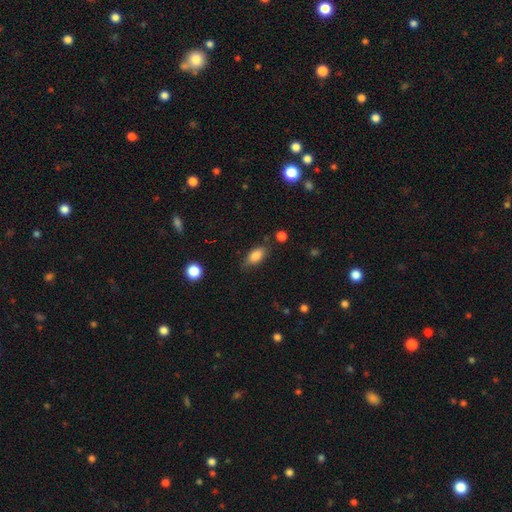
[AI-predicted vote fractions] Smooth or featured? Predicted: smooth (p=0.84). How rounded? Predicted: in between (p=0.87). Merging? Predicted: none (p=0.73).